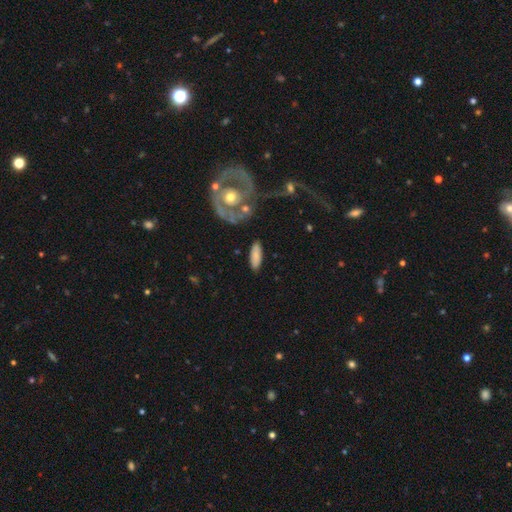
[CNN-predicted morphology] Smooth or featured: smooth — 79% (featured or disk — 15%)
How rounded: in between — 58% (cigar-shaped — 40%)
Merging: none — 82% (minor disturbance — 11%)